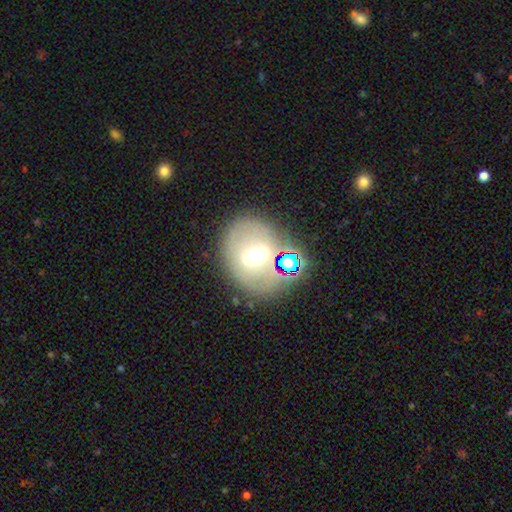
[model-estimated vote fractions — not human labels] smooth-or-featured: featured or disk: 44% | smooth: 40% | star or artifact: 16%
  merging: none: 69% | minor disturbance: 14% | merger: 9% | major disturbance: 8%